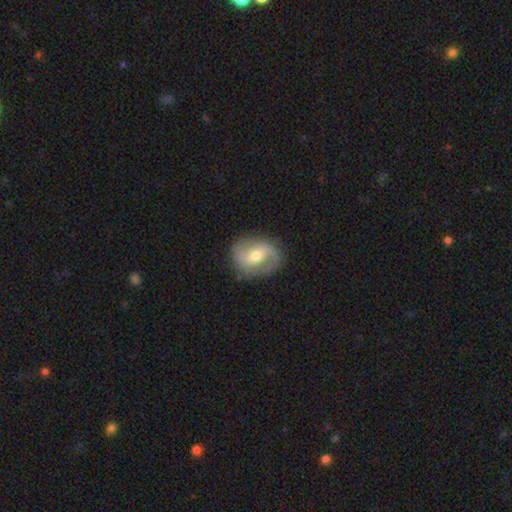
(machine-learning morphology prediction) A featured or disk galaxy (79%) with a weak bar (46%), 2 (86%) medium (48%) spiral arms (90%) and a moderate central bulge (62%).

Vote fractions:
- Smooth or featured? featured or disk: 79% / smooth: 16% / star or artifact: 5%
- Edge-on disk? no: 97% / yes: 3%
- Bar? weak: 46% / strong: 30% / no: 24%
- Spiral arms? yes: 90% / no: 10%
- Spiral winding? medium: 48% / loose: 26% / tight: 26%
- Spiral arm count? 2: 86% / can't tell: 6% / 1: 5% / 3: 1% / 4: 1% / more than 4: 1%
- Bulge size? moderate: 62% / small: 33% / large: 4% / none: 1% / dominant: 1%
- Merging? none: 80% / minor disturbance: 13% / major disturbance: 5% / merger: 1%